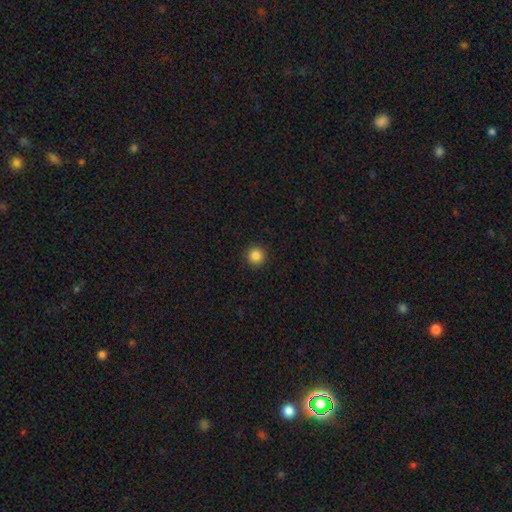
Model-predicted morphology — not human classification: Smooth or featured? Predicted: smooth (p=0.85). How rounded? Predicted: round (p=0.96). Merging? Predicted: none (p=0.93).